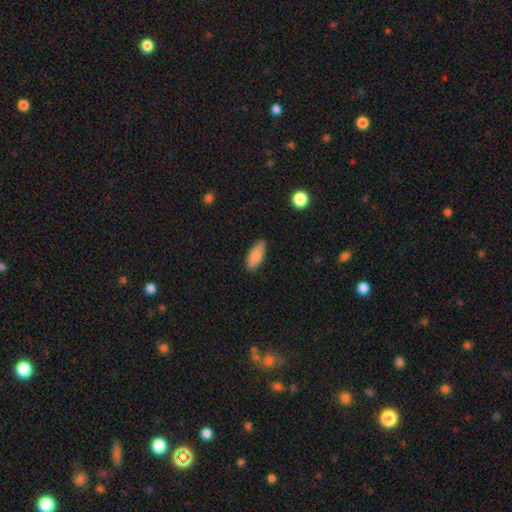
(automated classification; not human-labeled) This appears to be a smooth galaxy with no disk features (83%) that is in between round and cigar-shaped (81%). Merging: none (79%).